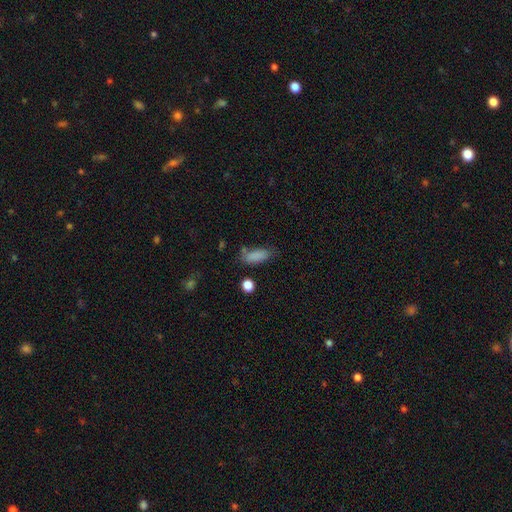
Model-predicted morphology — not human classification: type=smooth (83%); roundness=in between (79%); merging=none (62%).